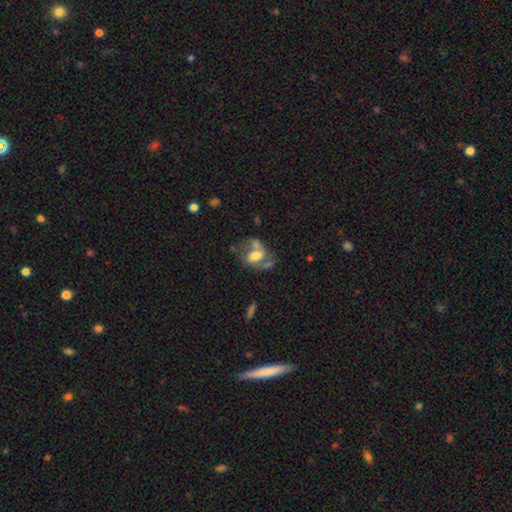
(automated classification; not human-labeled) A featured or disk galaxy (57%) with no bar (46%), spiral arms (58%) and a moderate central bulge (51%).

Vote fractions:
- Smooth or featured? featured or disk: 57% / smooth: 34% / star or artifact: 8%
- Edge-on disk? no: 95% / yes: 5%
- Bar? no: 46% / weak: 35% / strong: 19%
- Spiral arms? yes: 58% / no: 42%
- Bulge size? moderate: 51% / large: 27% / small: 14% / none: 5% / dominant: 2%
- Merging? none: 36% / major disturbance: 25% / minor disturbance: 21% / merger: 18%